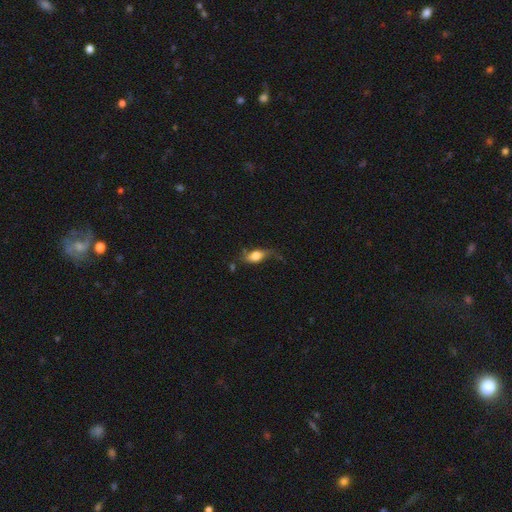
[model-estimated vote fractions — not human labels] smooth_or_featured: smooth (p=0.68) [alt: featured or disk p=0.23]
how_rounded: in between (p=0.80) [alt: cigar-shaped p=0.12]
merging: none (p=0.44) [alt: minor disturbance p=0.32]